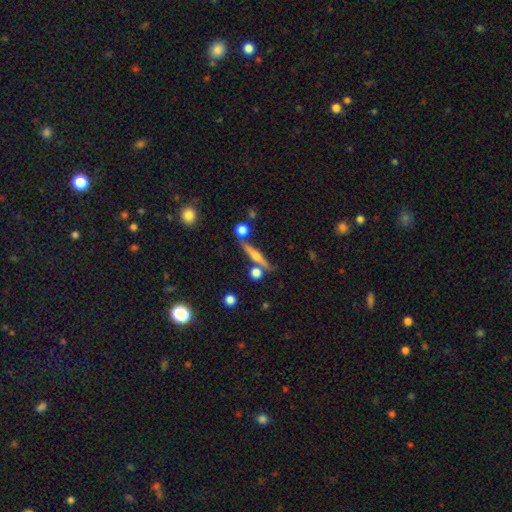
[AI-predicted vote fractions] featured or disk 70%, smooth 22%, star or artifact 8%. Down the decision tree: edge-on disk — yes (96%); edge-on bulge — rounded (89%); merging — none (74%).